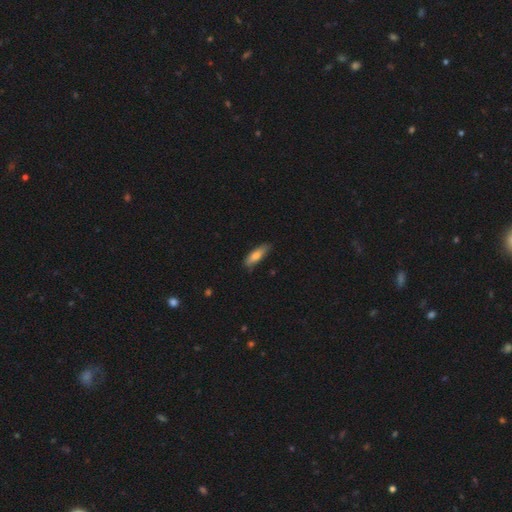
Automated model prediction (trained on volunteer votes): Morphology: type=smooth (75%); roundness=cigar-shaped (54%); merging=none (76%).